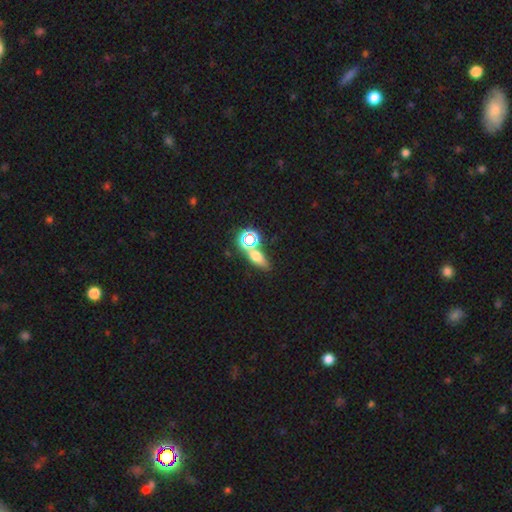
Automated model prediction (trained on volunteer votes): A smooth galaxy with no disk features (52%) that is in between round and cigar-shaped (58%). Merging: none (64%).